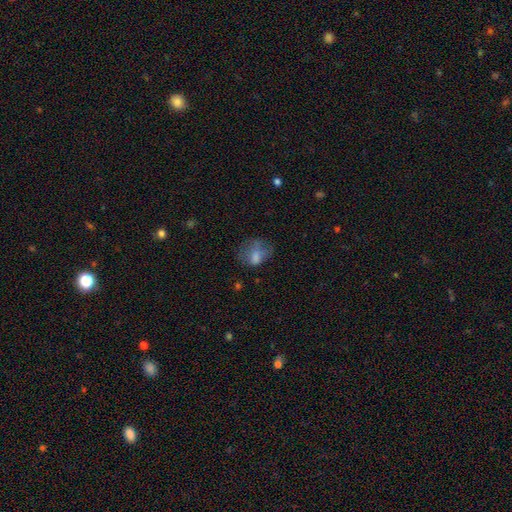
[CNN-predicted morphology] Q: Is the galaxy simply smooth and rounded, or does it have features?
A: smooth — 66%.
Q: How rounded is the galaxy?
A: in between — 64%.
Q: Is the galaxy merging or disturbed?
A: none — 39%.